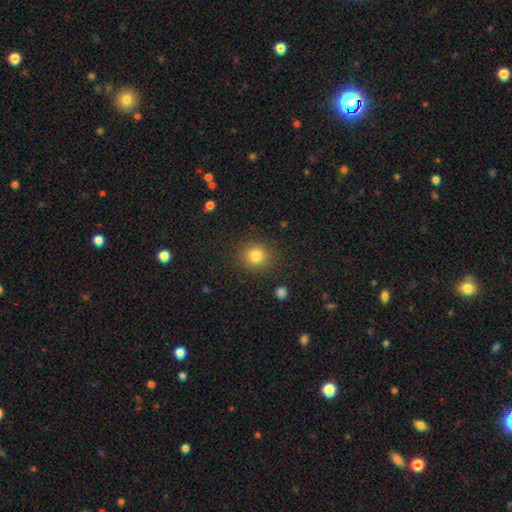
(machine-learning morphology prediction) smooth_or_featured: smooth (p=0.83) [alt: star or artifact p=0.11]
how_rounded: round (p=0.87) [alt: in between p=0.12]
merging: none (p=0.88) [alt: minor disturbance p=0.07]